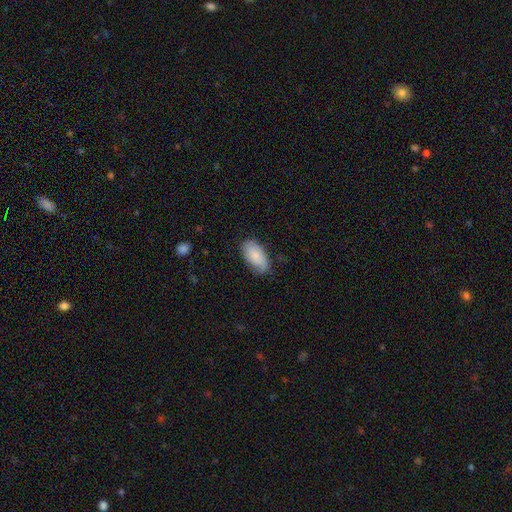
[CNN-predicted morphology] smooth 75%, featured or disk 18%, star or artifact 6%. Down the decision tree: how rounded — in between (94%); merging — none (69%).